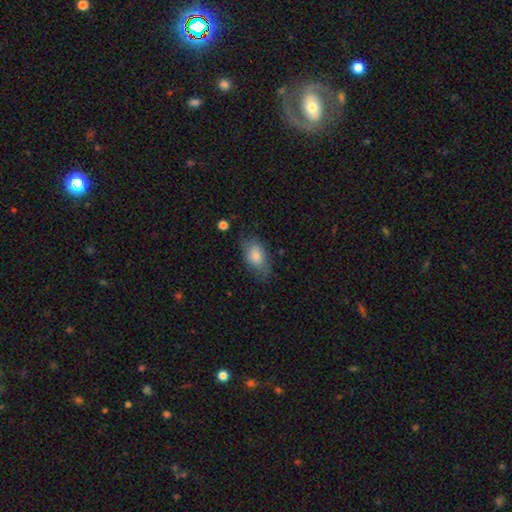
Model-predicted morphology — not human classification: Q: Smooth or featured?
A: smooth (75%); runner-up: featured or disk (17%)
Q: How rounded?
A: in between (88%); runner-up: round (9%)
Q: Merging?
A: none (67%); runner-up: minor disturbance (24%)